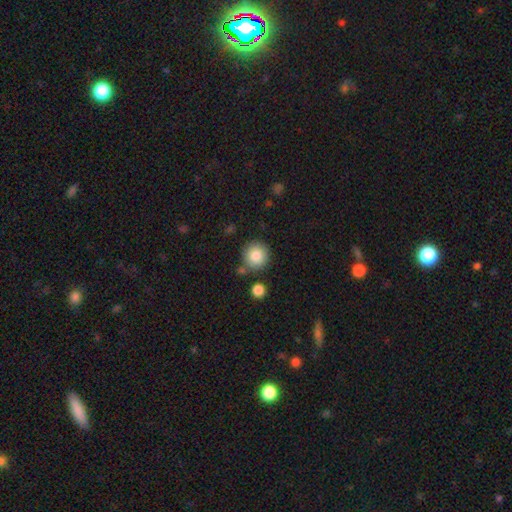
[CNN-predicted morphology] Smooth or featured? Predicted: smooth (p=0.84). How rounded? Predicted: round (p=0.93). Merging? Predicted: none (p=0.78).